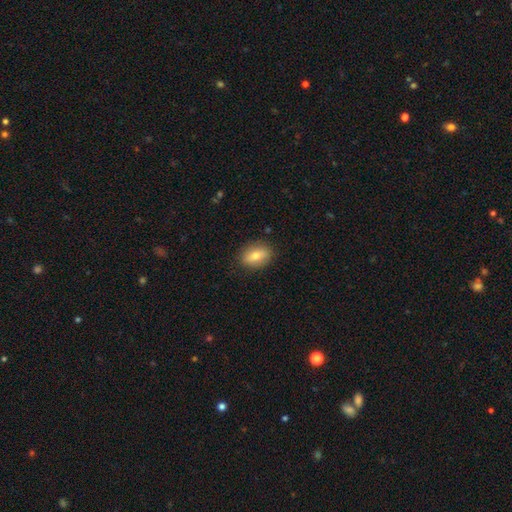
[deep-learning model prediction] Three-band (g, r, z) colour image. It shows a smooth galaxy with no disk features (68%) that is in between round and cigar-shaped (73%). Merging: none (85%).